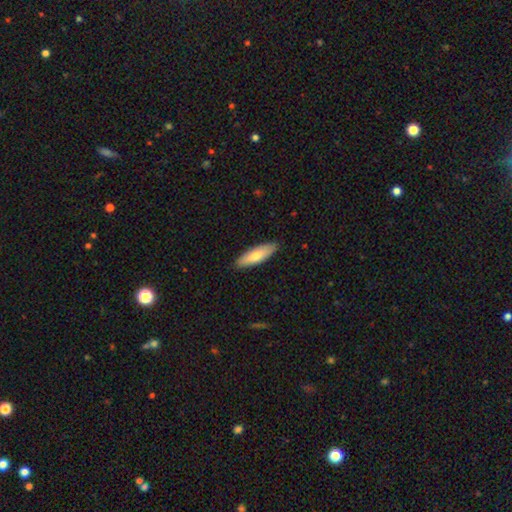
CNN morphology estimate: Smooth or featured: smooth — 74% (featured or disk — 21%)
How rounded: cigar-shaped — 49% (tied with in between — 49%)
Merging: none — 88% (minor disturbance — 9%)